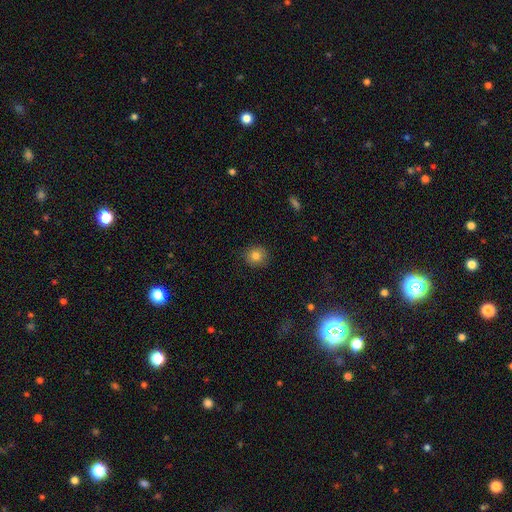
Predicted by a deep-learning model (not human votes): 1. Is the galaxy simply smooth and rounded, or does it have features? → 81% smooth, 11% star or artifact, 8% featured or disk.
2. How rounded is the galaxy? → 87% round, 12% in between, 1% cigar-shaped.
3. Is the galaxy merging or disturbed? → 87% none, 9% minor disturbance, 2% major disturbance, 1% merger.